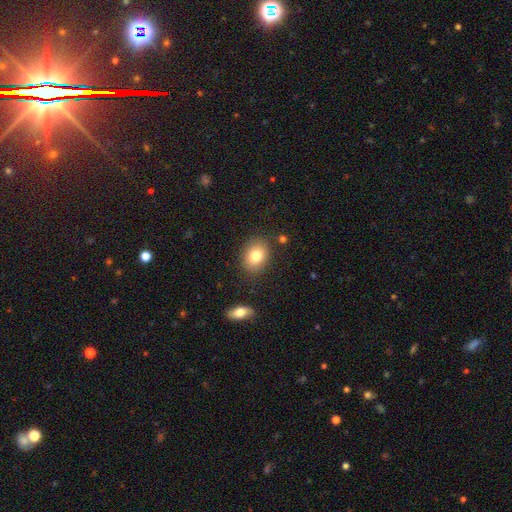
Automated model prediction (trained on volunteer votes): Smooth or featured? Predicted: smooth (p=0.80). How rounded? Predicted: in between (p=0.61). Merging? Predicted: none (p=0.84).